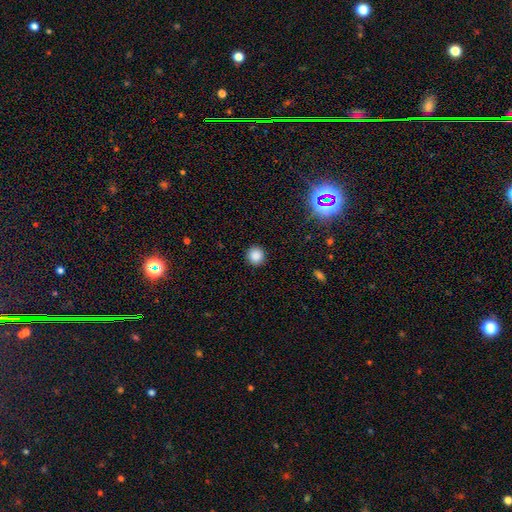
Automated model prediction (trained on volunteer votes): Smooth or featured? smooth (85%)
How rounded? round (93%)
Merging? none (91%)